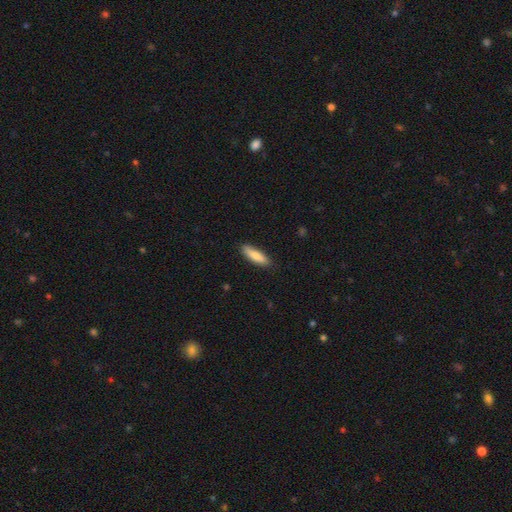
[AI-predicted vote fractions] Morphology: type=smooth (82%); roundness=cigar-shaped (58%); merging=none (86%).